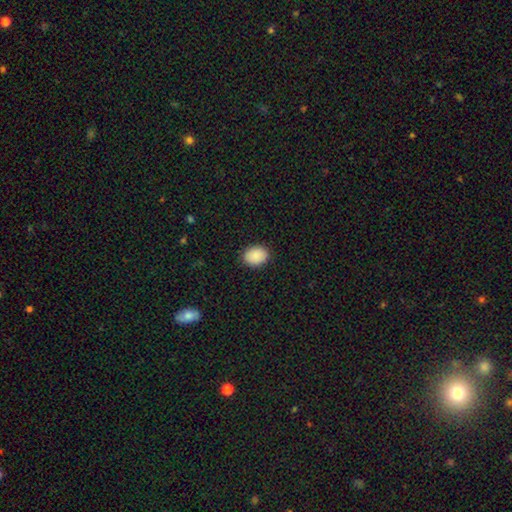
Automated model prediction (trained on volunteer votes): Smooth or featured? Predicted: smooth (p=0.90). How rounded? Predicted: in between (p=0.67). Merging? Predicted: none (p=0.89).